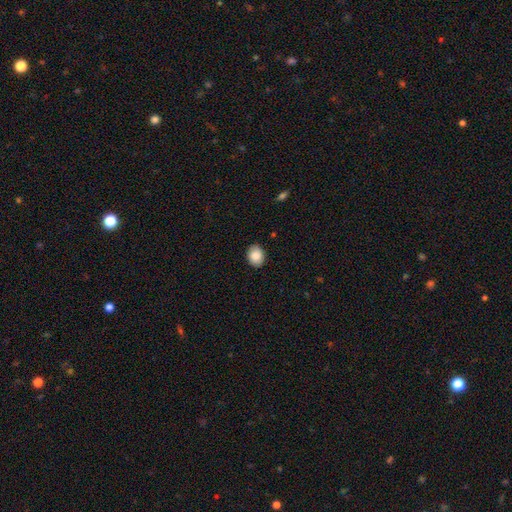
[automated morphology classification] smooth-or-featured: smooth: 87% | star or artifact: 8% | featured or disk: 5%
  how-rounded: in between: 57% | round: 42% | cigar-shaped: 1%
  merging: none: 88% | minor disturbance: 9% | major disturbance: 2% | merger: 1%